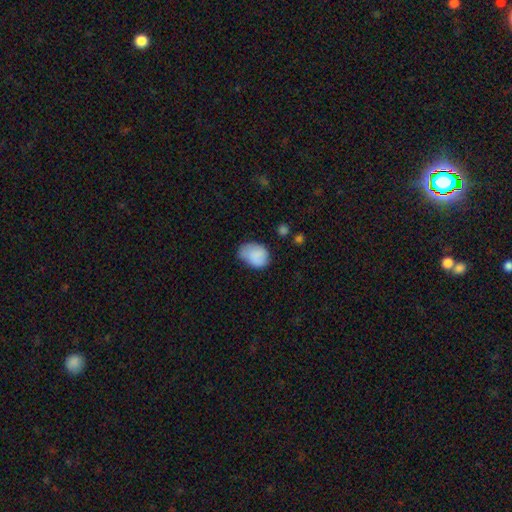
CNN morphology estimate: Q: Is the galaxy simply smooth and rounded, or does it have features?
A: smooth — 85%.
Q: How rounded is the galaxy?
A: in between — 70%.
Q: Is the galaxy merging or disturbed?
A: none — 48%.